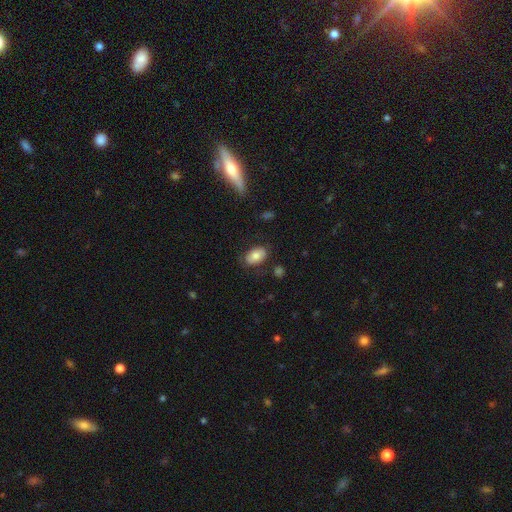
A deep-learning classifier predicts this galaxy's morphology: Smooth or featured? Predicted: smooth (p=0.78). How rounded? Predicted: in between (p=0.89). Merging? Predicted: none (p=0.80).